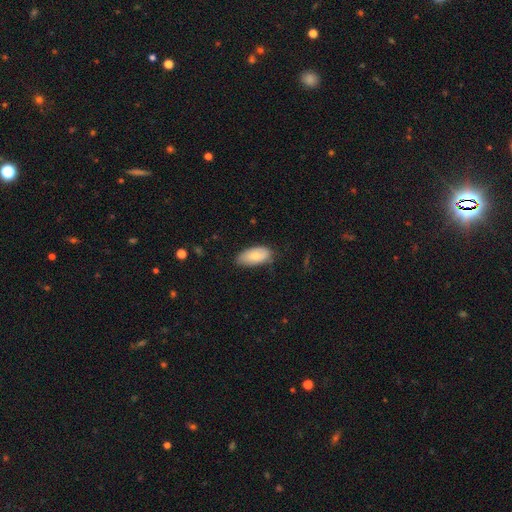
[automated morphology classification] smooth-or-featured: smooth: 74% | featured or disk: 19% | star or artifact: 7%
  how-rounded: in between: 93% | cigar-shaped: 4% | round: 3%
  merging: none: 70% | minor disturbance: 24% | major disturbance: 4% | merger: 1%